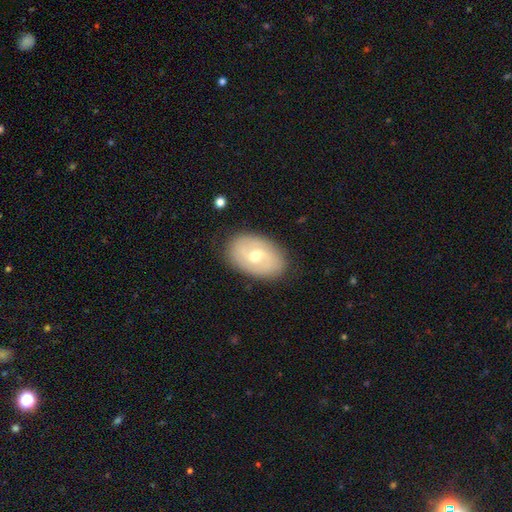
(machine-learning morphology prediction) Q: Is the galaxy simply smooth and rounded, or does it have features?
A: featured or disk — 60%.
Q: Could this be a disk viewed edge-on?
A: no — 94%.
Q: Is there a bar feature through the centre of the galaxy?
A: no — 50%.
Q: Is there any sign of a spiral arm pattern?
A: yes — 67%.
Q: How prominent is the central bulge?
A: moderate — 69%.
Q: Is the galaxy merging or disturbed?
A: none — 84%.